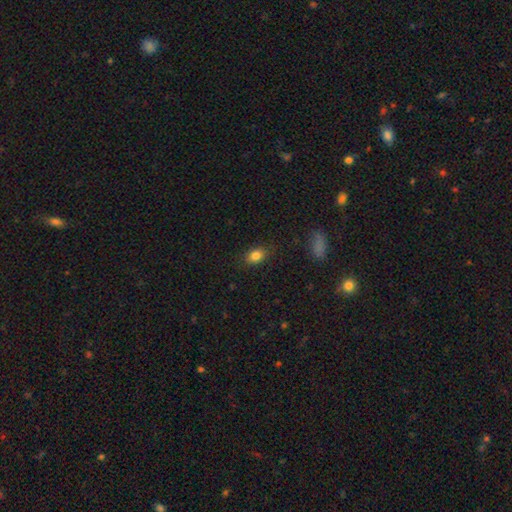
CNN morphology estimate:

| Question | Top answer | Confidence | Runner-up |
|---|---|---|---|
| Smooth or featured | smooth | 83% | star or artifact (10%) |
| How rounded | in between | 74% | round (25%) |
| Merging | none | 85% | minor disturbance (11%) |